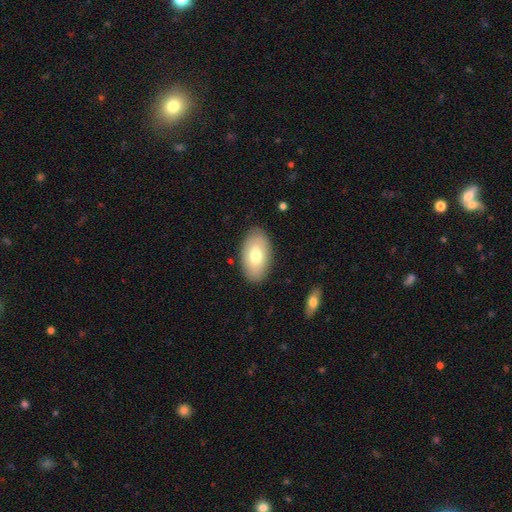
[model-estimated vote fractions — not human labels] smooth-or-featured: smooth: 70% | featured or disk: 24% | star or artifact: 6%
  how-rounded: in between: 94% | round: 4% | cigar-shaped: 2%
  merging: none: 86% | minor disturbance: 10% | major disturbance: 3% | merger: 1%